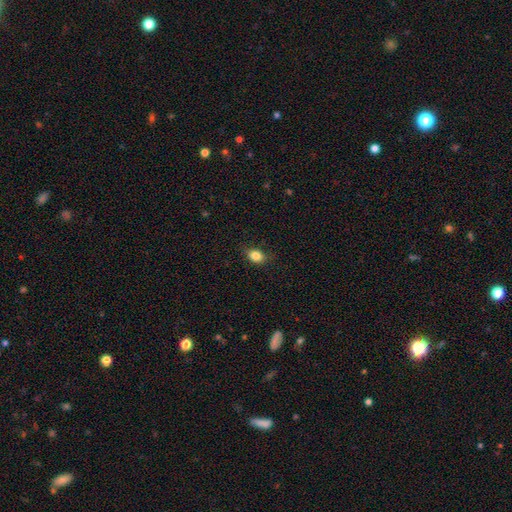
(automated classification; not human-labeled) This is clearly a smooth galaxy (85%). How rounded: likely in between (72%). Merging: clearly none (84%).